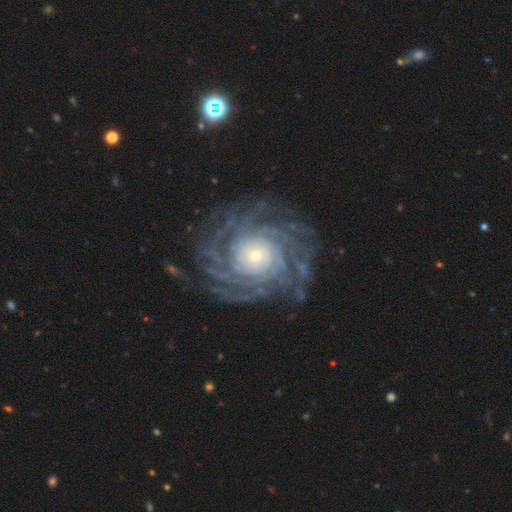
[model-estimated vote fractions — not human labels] Q: Smooth or featured?
A: featured or disk (91%); runner-up: star or artifact (5%)
Q: Edge-on disk?
A: no (97%); runner-up: yes (3%)
Q: Bar?
A: no (78%); runner-up: weak (16%)
Q: Spiral arms?
A: yes (98%); runner-up: no (2%)
Q: Spiral winding?
A: tight (81%); runner-up: medium (16%)
Q: Spiral arm count?
A: more than 4 (38%); runner-up: 4 (20%)
Q: Bulge size?
A: small (70%); runner-up: moderate (23%)
Q: Merging?
A: none (79%); runner-up: minor disturbance (13%)